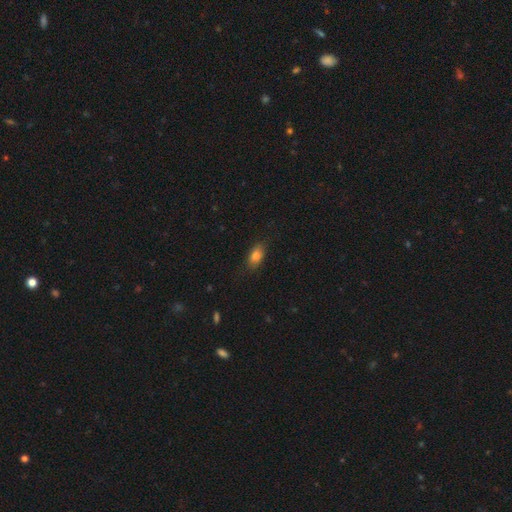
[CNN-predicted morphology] smooth_or_featured: smooth (p=0.82) [alt: featured or disk p=0.10]
how_rounded: in between (p=0.87) [alt: round p=0.08]
merging: none (p=0.80) [alt: minor disturbance p=0.16]